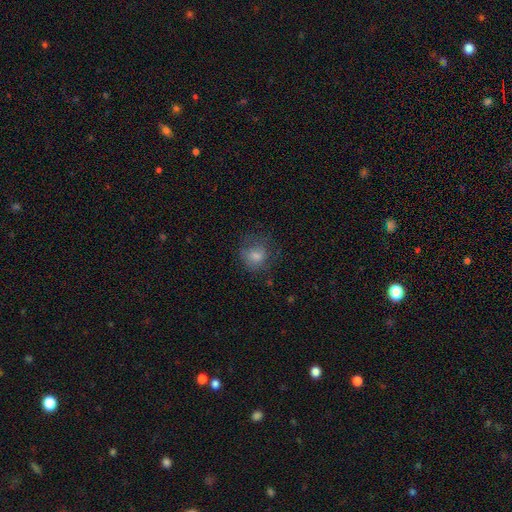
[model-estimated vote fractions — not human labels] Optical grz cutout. It shows a smooth galaxy with no disk features (66%) that is round (78%). Merging: none (66%).